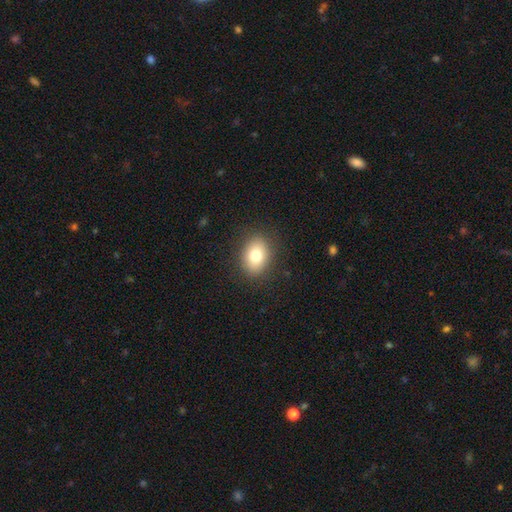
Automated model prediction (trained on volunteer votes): Morphology: type=smooth (79%); roundness=in between (68%); merging=none (87%).